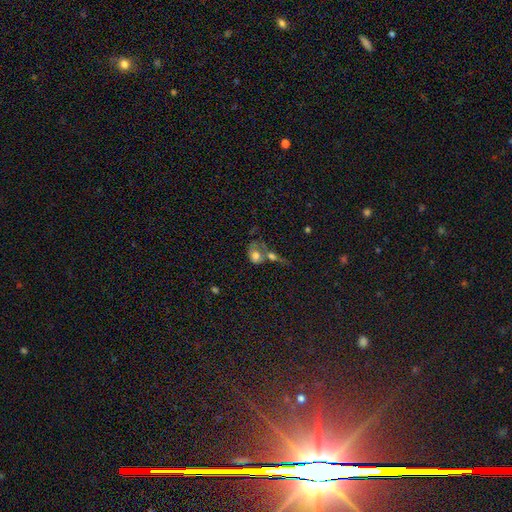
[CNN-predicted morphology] The model was most divided on "how rounded": in between: 54%, round: 44%, cigar-shaped: 2%. More confident: smooth or featured — smooth (64%); merging — merger (60%).